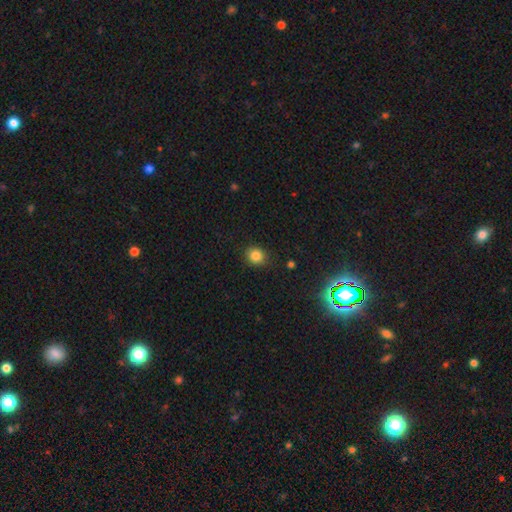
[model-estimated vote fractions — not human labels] The model was most divided on "how rounded": round: 80%, in between: 19%, cigar-shaped: 1%. More confident: merging — none (86%); smooth or featured — smooth (83%).